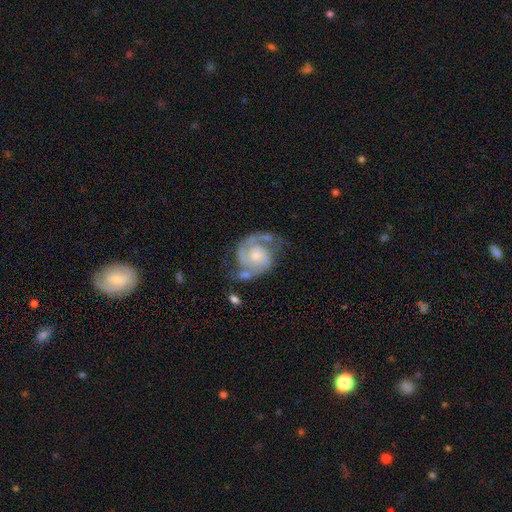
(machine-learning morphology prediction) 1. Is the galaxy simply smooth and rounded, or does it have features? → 89% featured or disk, 7% smooth, 5% star or artifact.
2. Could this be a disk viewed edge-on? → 98% no, 2% yes.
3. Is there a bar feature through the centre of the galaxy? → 68% no, 27% weak, 5% strong.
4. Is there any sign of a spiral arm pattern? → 97% yes, 3% no.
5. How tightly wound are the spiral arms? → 48% medium, 41% tight, 11% loose.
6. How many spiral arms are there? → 81% 2, 7% 3, 5% can't tell, 3% 1, 2% 4, 2% more than 4.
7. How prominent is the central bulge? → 45% small, 42% moderate, 7% none, 5% large, 1% dominant.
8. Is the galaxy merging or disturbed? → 55% none, 23% minor disturbance, 14% major disturbance, 8% merger.